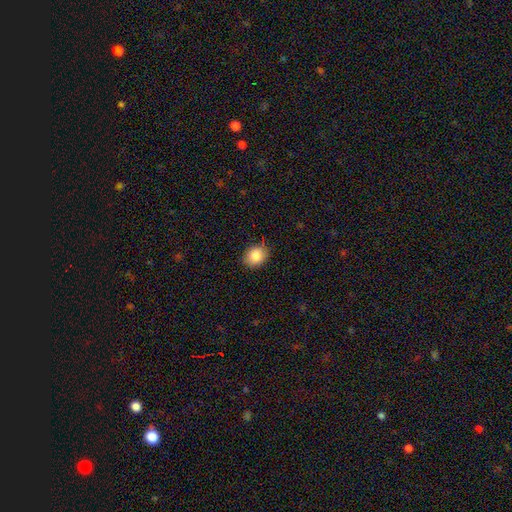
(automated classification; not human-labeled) A smooth galaxy with no disk features (86%) that is round (55%).

Vote fractions:
- Smooth or featured? smooth: 86% / star or artifact: 9% / featured or disk: 6%
- How rounded? round: 55% / in between: 44% / cigar-shaped: 1%
- Merging? none: 85% / minor disturbance: 12% / major disturbance: 2% / merger: 1%